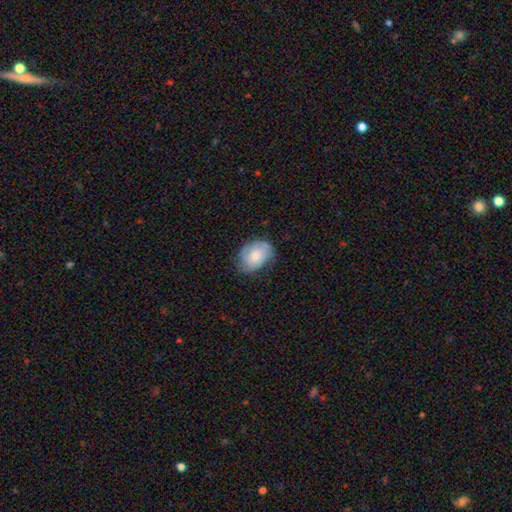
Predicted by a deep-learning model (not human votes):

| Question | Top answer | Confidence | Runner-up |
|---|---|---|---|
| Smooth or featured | smooth | 59% | featured or disk (34%) |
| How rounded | in between | 71% | round (28%) |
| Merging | none | 60% | minor disturbance (30%) |